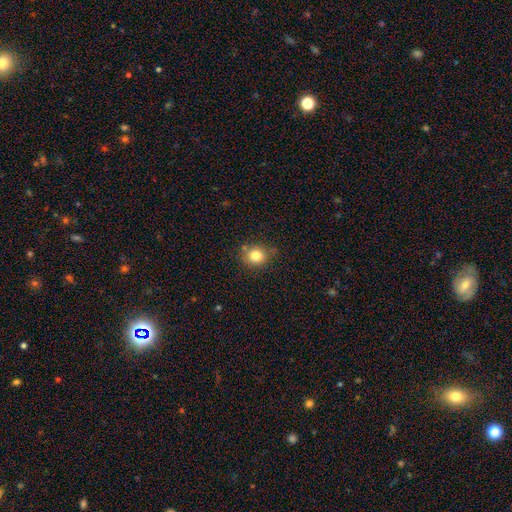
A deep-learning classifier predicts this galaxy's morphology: smooth_or_featured: smooth (p=0.82) [alt: star or artifact p=0.11]
how_rounded: round (p=0.81) [alt: in between p=0.18]
merging: none (p=0.75) [alt: minor disturbance p=0.16]